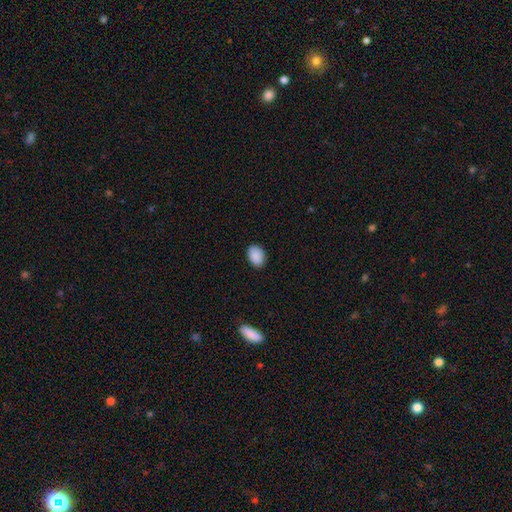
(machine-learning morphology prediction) A smooth galaxy with no disk features (90%) that is in between round and cigar-shaped (77%). Merging: none (87%).